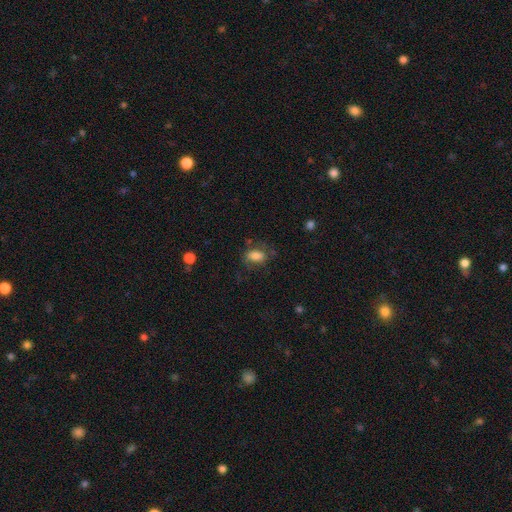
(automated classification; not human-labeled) Smooth or featured? Predicted: smooth (p=0.78). How rounded? Predicted: in between (p=0.86). Merging? Predicted: none (p=0.62).